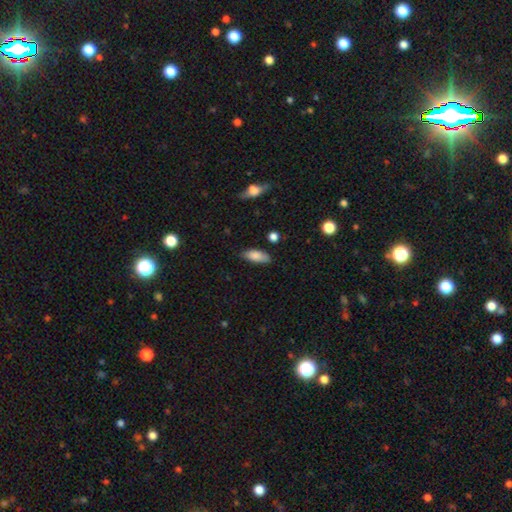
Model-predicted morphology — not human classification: smooth_or_featured: smooth (p=0.84) [alt: featured or disk p=0.09]
how_rounded: in between (p=0.82) [alt: cigar-shaped p=0.16]
merging: none (p=0.76) [alt: minor disturbance p=0.19]